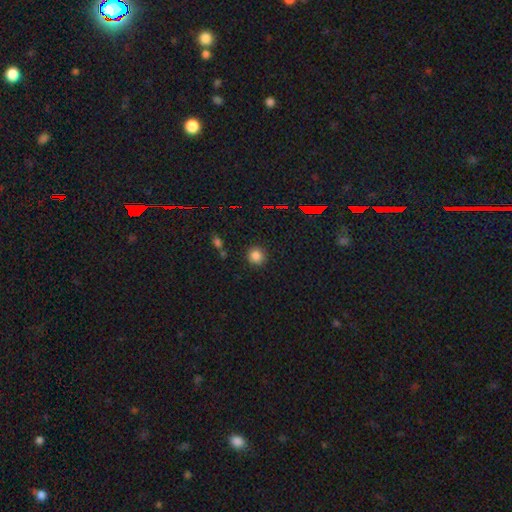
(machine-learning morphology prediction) Smooth or featured? smooth (81%)
How rounded? round (90%)
Merging? none (88%)